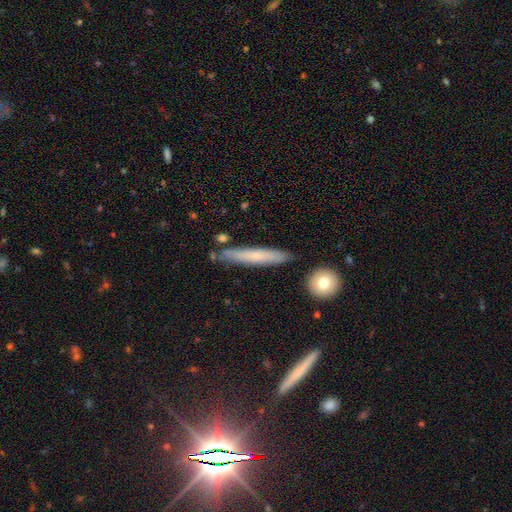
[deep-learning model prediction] Overall: smooth (60%; featured or disk 33%). How rounded: cigar-shaped (93%). Merging: none (84%).